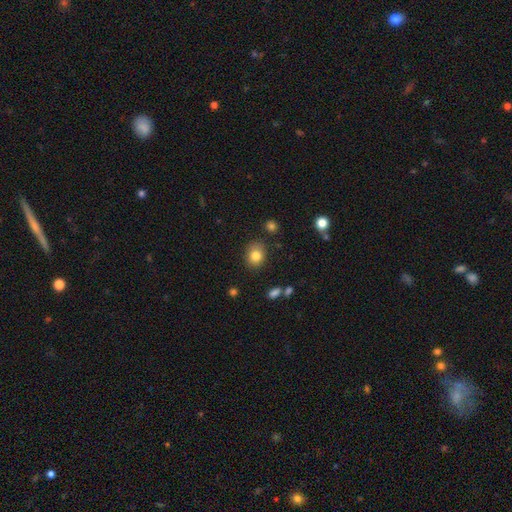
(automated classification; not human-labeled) Smooth or featured? smooth (82%)
How rounded? round (55%)
Merging? none (82%)